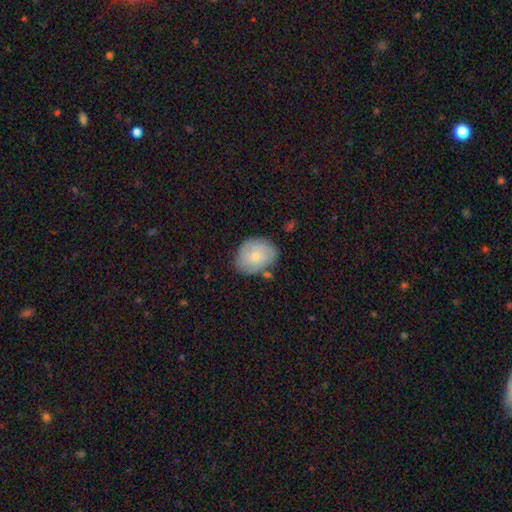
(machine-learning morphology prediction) Smooth or featured? Predicted: smooth (p=0.64). How rounded? Predicted: in between (p=0.50). Merging? Predicted: none (p=0.73).